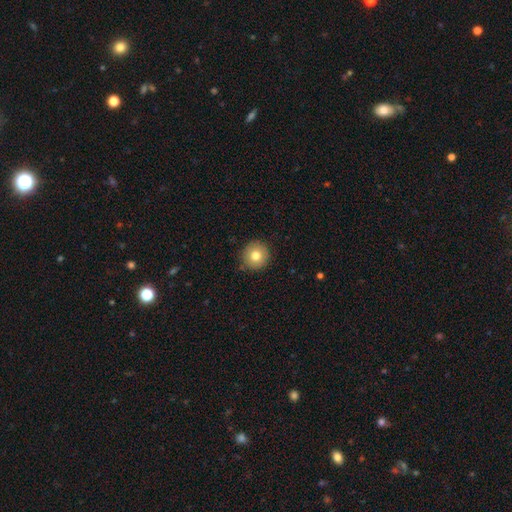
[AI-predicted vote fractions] This is likely a smooth galaxy (78%). How rounded: clearly round (95%). Merging: clearly none (89%).